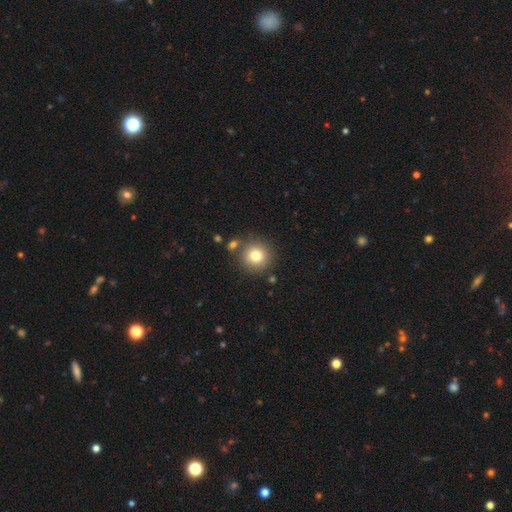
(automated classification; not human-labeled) smooth-or-featured: smooth: 79% | star or artifact: 11% | featured or disk: 10%
  how-rounded: round: 94% | in between: 6% | cigar-shaped: 1%
  merging: none: 81% | minor disturbance: 9% | merger: 7% | major disturbance: 3%